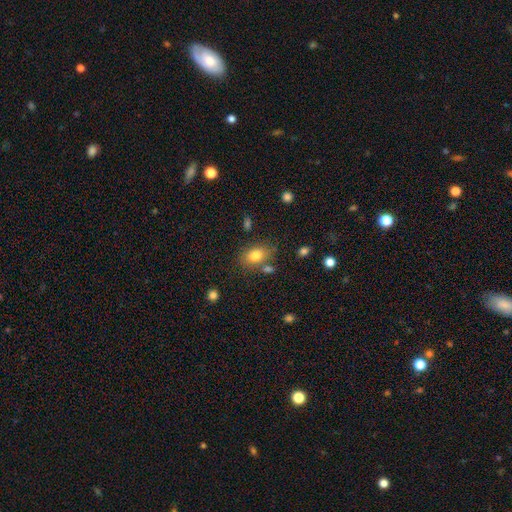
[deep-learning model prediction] A smooth galaxy with no disk features (80%) that is in between round and cigar-shaped (74%). Merging: none (70%).